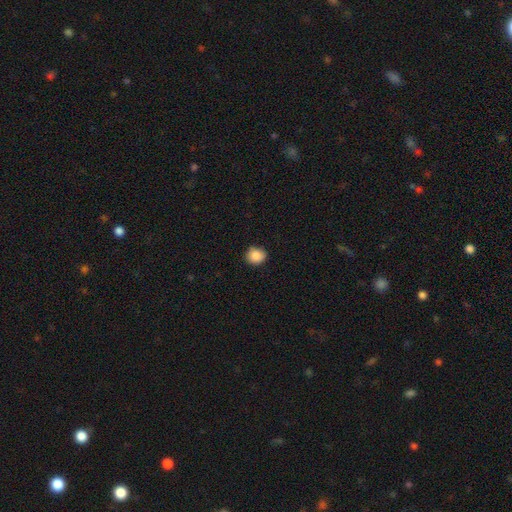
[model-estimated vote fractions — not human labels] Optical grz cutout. It shows a smooth galaxy with no disk features (88%) that is round (79%). Merging: none (85%).